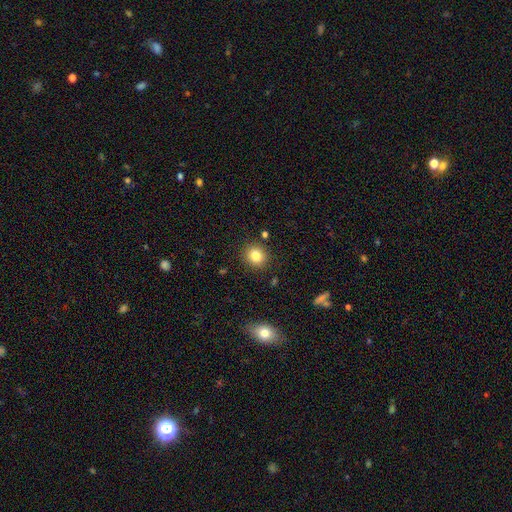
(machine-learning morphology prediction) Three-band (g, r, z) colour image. It shows a smooth galaxy with no disk features (82%) that is round (86%). Merging: none (89%).